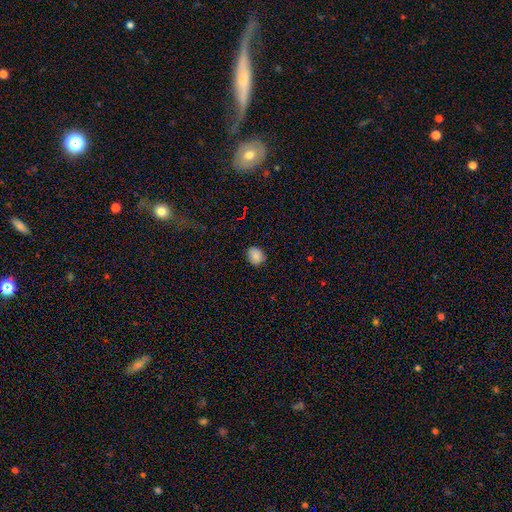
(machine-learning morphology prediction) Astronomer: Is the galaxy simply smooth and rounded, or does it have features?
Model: smooth — 85%.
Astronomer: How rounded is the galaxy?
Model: round — 70%.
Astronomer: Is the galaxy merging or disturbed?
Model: none — 83%.